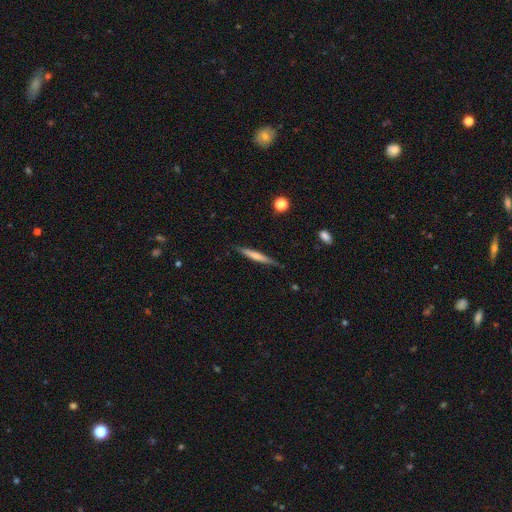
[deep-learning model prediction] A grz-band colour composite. It shows a smooth galaxy with no disk features (52%) that is cigar-shaped (94%). Merging: none (84%).